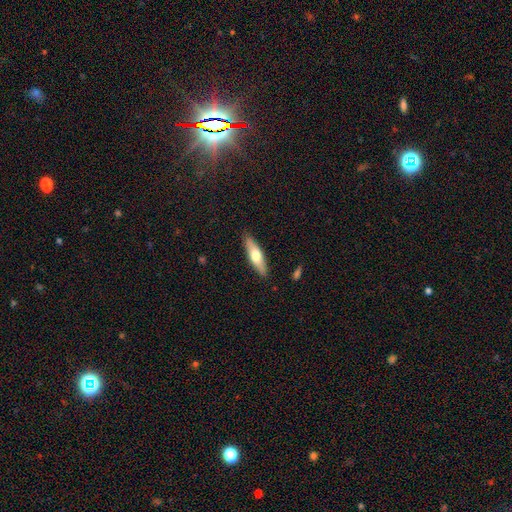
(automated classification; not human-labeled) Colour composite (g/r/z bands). It shows a smooth galaxy with no disk features (55%) that is cigar-shaped (64%). Merging: none (88%).